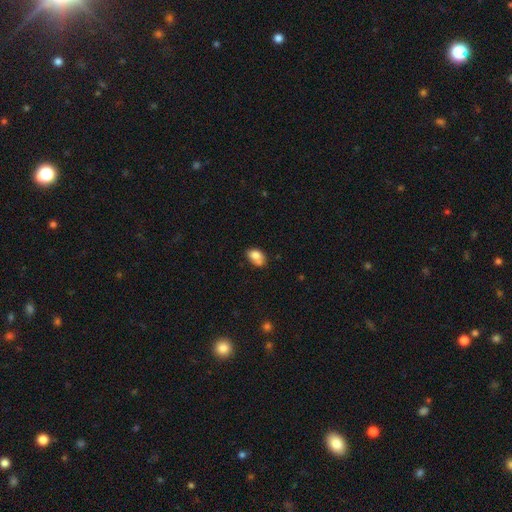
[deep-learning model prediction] Smooth or featured: smooth — 75% (featured or disk — 15%)
How rounded: in between — 77% (round — 22%)
Merging: none — 42% (merger — 30%)